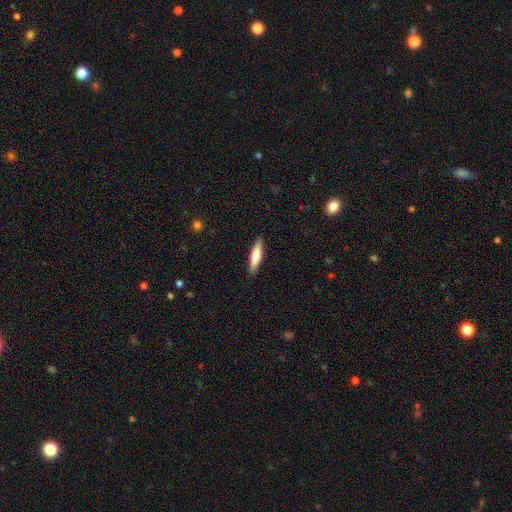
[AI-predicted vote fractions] Q: Smooth or featured?
A: smooth (71%); runner-up: featured or disk (24%)
Q: How rounded?
A: cigar-shaped (79%); runner-up: in between (19%)
Q: Merging?
A: none (90%); runner-up: minor disturbance (7%)